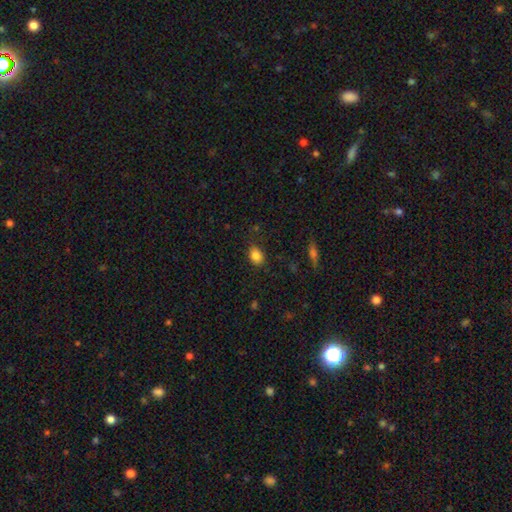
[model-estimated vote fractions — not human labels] Morphology: type=smooth (83%); roundness=in between (69%); merging=none (81%).